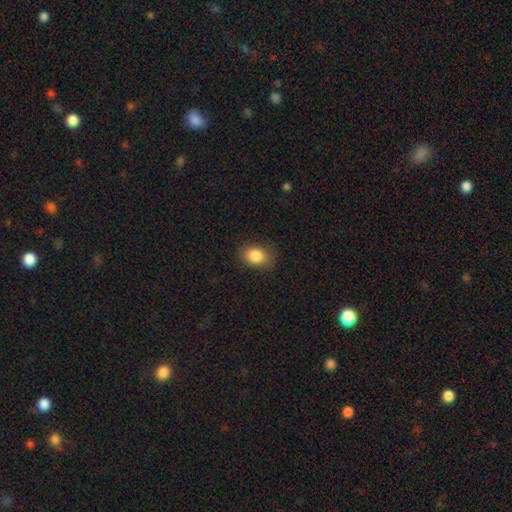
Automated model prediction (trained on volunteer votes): A smooth galaxy with no disk features (86%) that is in between round and cigar-shaped (62%). Merging: none (82%).